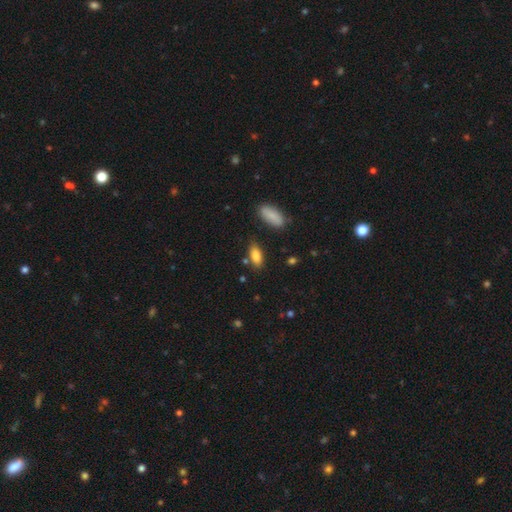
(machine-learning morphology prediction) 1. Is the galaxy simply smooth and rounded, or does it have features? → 84% smooth, 8% star or artifact, 8% featured or disk.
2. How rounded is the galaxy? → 83% in between, 14% cigar-shaped, 3% round.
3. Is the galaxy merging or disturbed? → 77% none, 14% minor disturbance, 5% merger, 3% major disturbance.